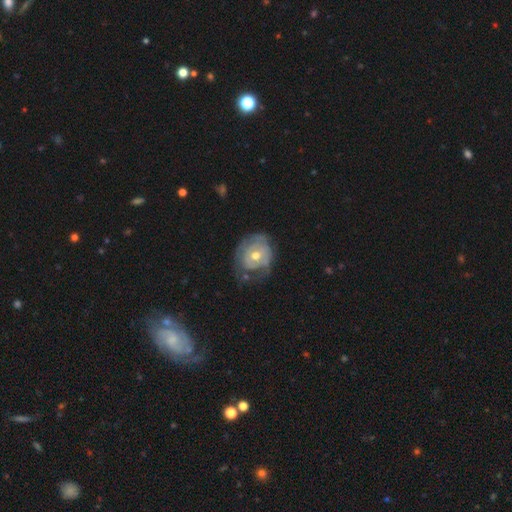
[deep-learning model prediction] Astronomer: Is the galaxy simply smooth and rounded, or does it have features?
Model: featured or disk — 70%.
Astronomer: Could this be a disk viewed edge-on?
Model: no — 97%.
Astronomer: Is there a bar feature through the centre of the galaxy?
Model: no — 77%.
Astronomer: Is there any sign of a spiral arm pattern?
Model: yes — 70%.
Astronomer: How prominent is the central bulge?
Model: moderate — 65%.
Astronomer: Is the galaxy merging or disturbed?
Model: none — 58%.